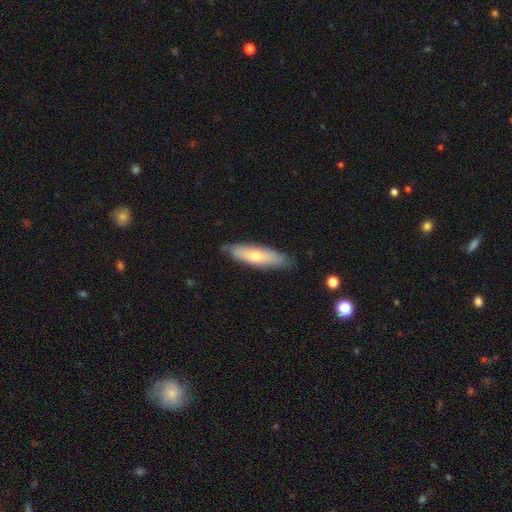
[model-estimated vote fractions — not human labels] Overall: smooth (62%; featured or disk 32%). How rounded: cigar-shaped (60%; in between 38%). Merging: none (82%).